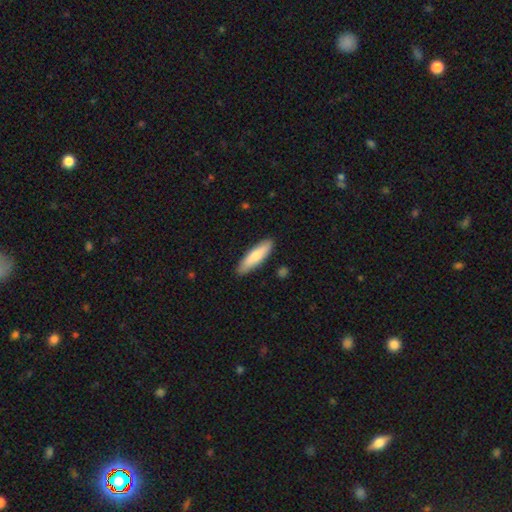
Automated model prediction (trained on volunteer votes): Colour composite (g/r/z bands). It shows a smooth galaxy with no disk features (75%) that is cigar-shaped (66%). Merging: none (88%).